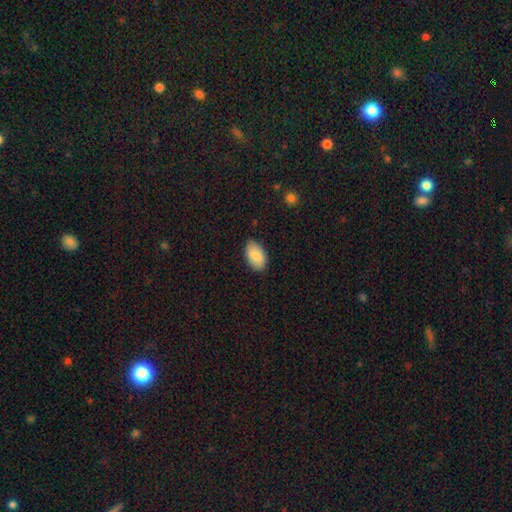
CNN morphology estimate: Smooth or featured? smooth (84%)
How rounded? in between (94%)
Merging? none (84%)